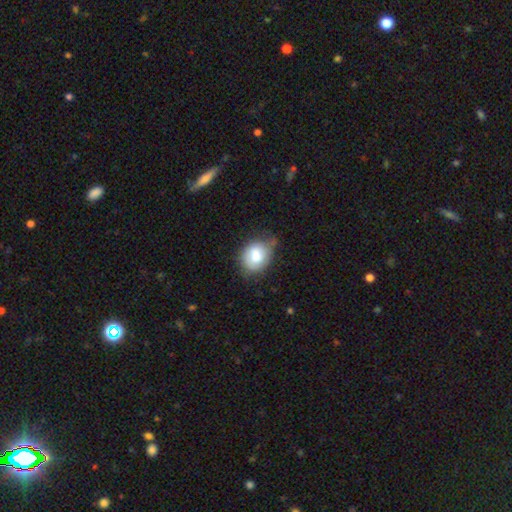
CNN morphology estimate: Smooth or featured?
  - smooth: 78% *
  - featured or disk: 14%
  - star or artifact: 7%
How rounded?
  - round: 51% *
  - in between: 48%
  - cigar-shaped: 1%
Merging?
  - none: 56% *
  - minor disturbance: 33%
  - major disturbance: 8%
  - merger: 2%